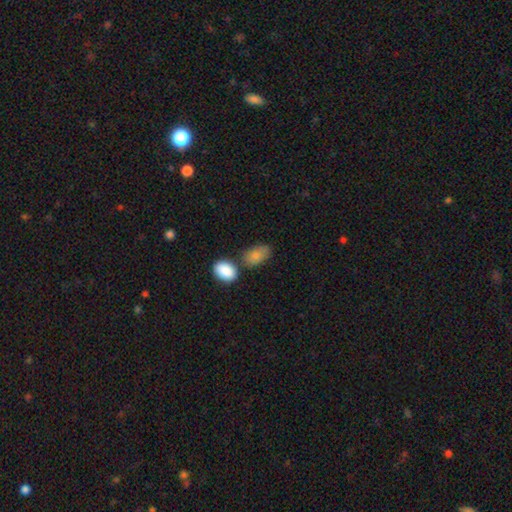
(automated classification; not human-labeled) A smooth galaxy with no disk features (84%) that is in between round and cigar-shaped (90%).

Vote fractions:
- Smooth or featured? smooth: 84% / featured or disk: 9% / star or artifact: 7%
- How rounded? in between: 90% / round: 8% / cigar-shaped: 2%
- Merging? none: 59% / minor disturbance: 19% / merger: 17% / major disturbance: 5%